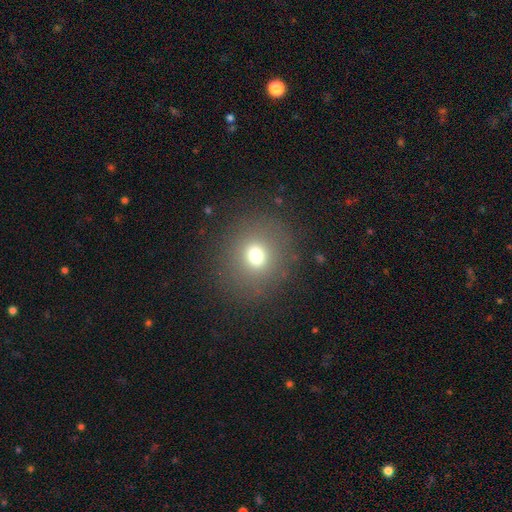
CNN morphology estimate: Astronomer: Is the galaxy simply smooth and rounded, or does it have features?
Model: smooth — 72%.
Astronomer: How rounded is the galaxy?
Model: round — 82%.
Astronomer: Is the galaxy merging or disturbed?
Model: none — 86%.